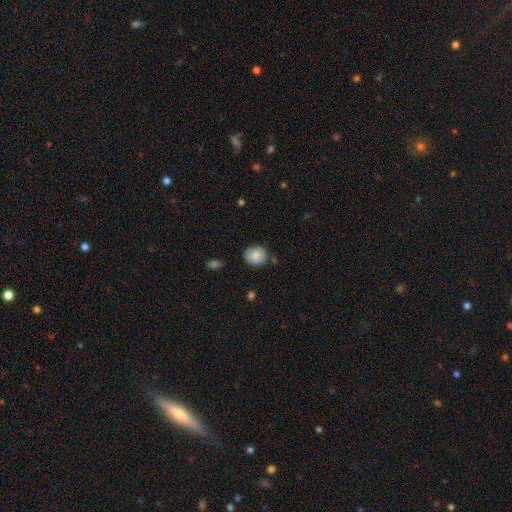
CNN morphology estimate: Smooth or featured? Predicted: smooth (p=0.83). How rounded? Predicted: round (p=0.77). Merging? Predicted: none (p=0.78).